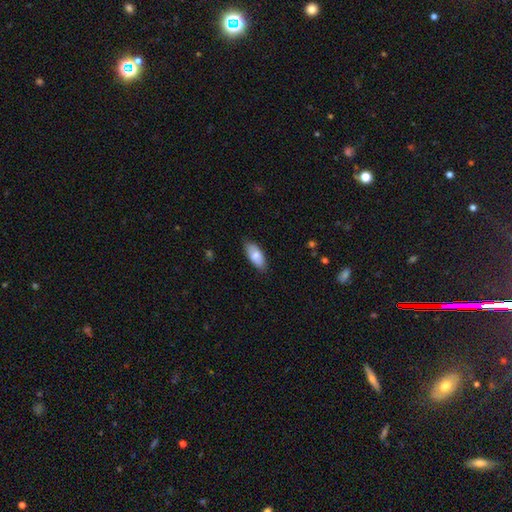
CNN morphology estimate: smooth 80%, featured or disk 14%, star or artifact 6%. Down the decision tree: how rounded — in between (88%); merging — none (82%).